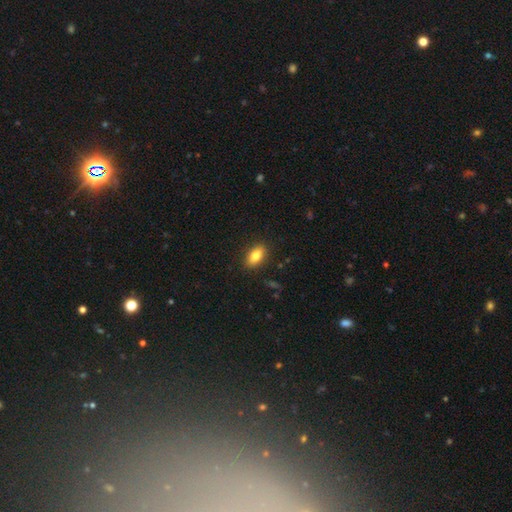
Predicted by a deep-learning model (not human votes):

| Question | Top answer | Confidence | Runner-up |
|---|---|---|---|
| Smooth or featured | smooth | 80% | featured or disk (13%) |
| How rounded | in between | 87% | cigar-shaped (8%) |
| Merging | none | 89% | minor disturbance (8%) |